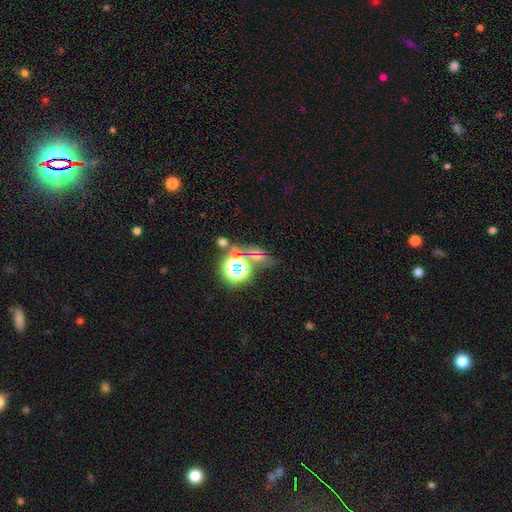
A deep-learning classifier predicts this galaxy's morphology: Smooth or featured: star or artifact — 51% (smooth — 36%)